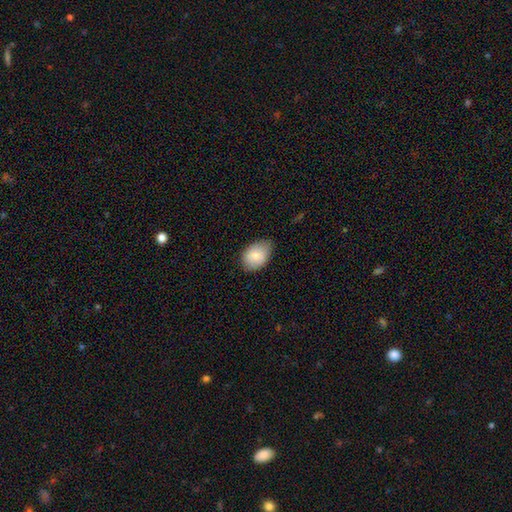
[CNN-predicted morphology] The model was most divided on "merging": none: 66%, minor disturbance: 29%, major disturbance: 4%, merger: 1%. More confident: smooth or featured — smooth (79%); how rounded — in between (77%).